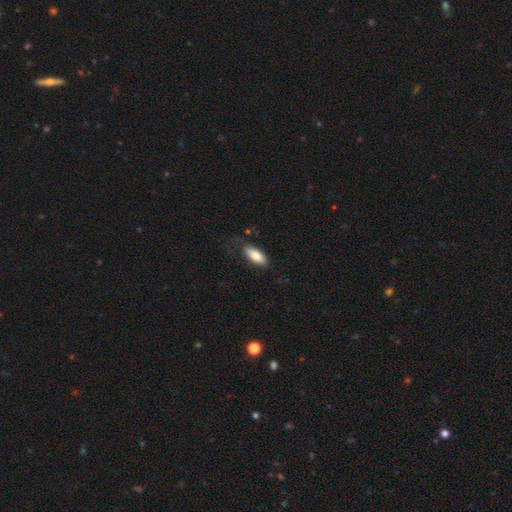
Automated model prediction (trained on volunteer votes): Overall: smooth (80%). How rounded: in between (80%). Merging: none (74%).